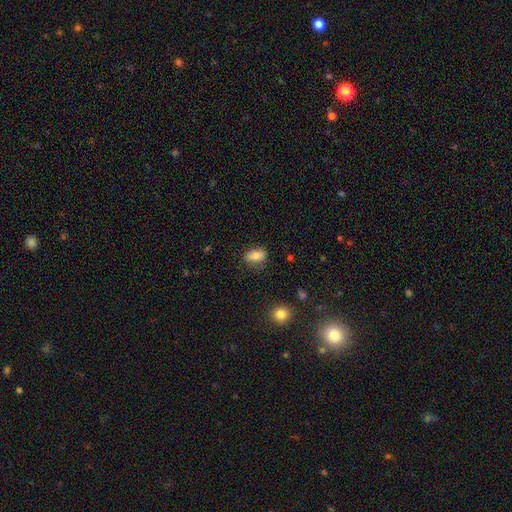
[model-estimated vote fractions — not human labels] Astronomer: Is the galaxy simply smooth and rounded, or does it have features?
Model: smooth — 81%.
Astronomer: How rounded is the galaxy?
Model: in between — 82%.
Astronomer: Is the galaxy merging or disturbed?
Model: none — 76%.